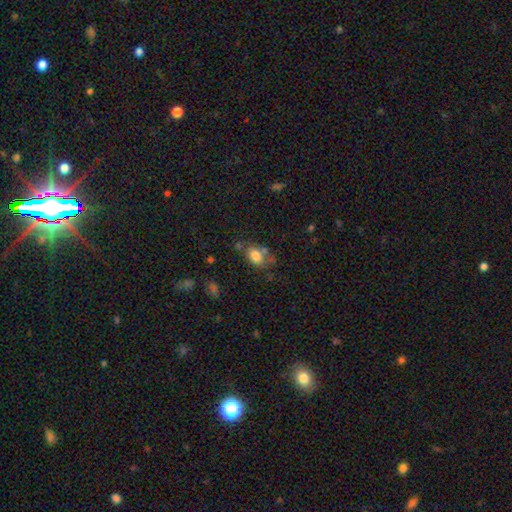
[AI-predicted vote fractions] The model was most divided on "merging": none: 50%, minor disturbance: 23%, merger: 17%, major disturbance: 10%. More confident: how rounded — in between (77%); smooth or featured — smooth (77%).